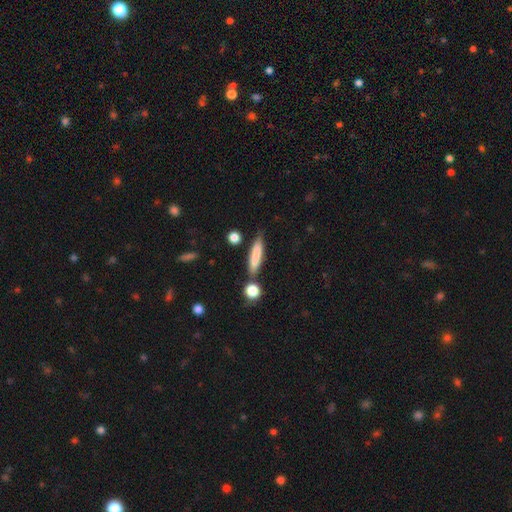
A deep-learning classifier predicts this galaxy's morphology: Smooth or featured? Predicted: smooth (p=0.79). How rounded? Predicted: cigar-shaped (p=0.80). Merging? Predicted: none (p=0.72).